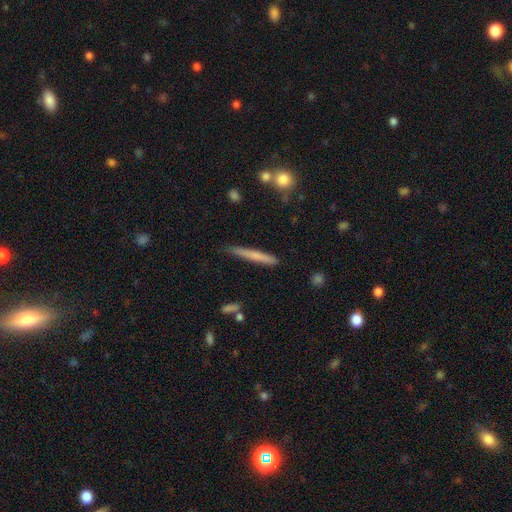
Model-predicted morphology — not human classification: smooth_or_featured: smooth (p=0.63) [alt: featured or disk p=0.31]
how_rounded: cigar-shaped (p=0.96) [alt: in between p=0.03]
merging: none (p=0.83) [alt: minor disturbance p=0.13]